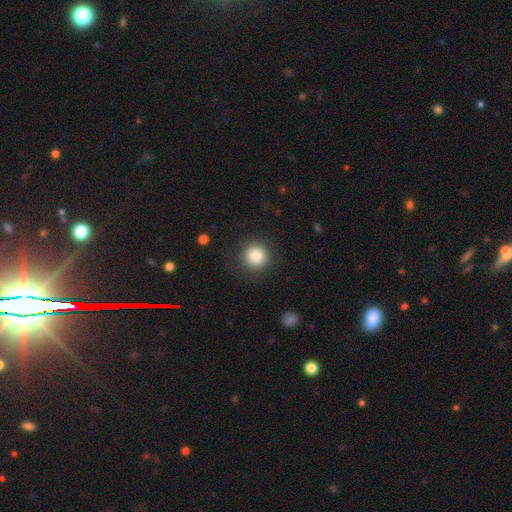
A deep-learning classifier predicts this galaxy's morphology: Smooth or featured? Predicted: smooth (p=0.83). How rounded? Predicted: round (p=0.94). Merging? Predicted: none (p=0.89).